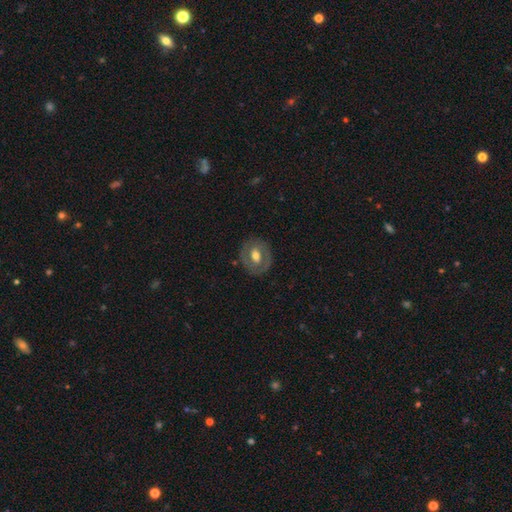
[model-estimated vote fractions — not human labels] This is possibly a featured or disk galaxy (54%). It is clearly not viewed edge-on (95%). Bar: possibly no (49%). Spiral arm pattern: likely no (64%). Central bulge: likely moderate (70%). Merging: clearly none (82%).